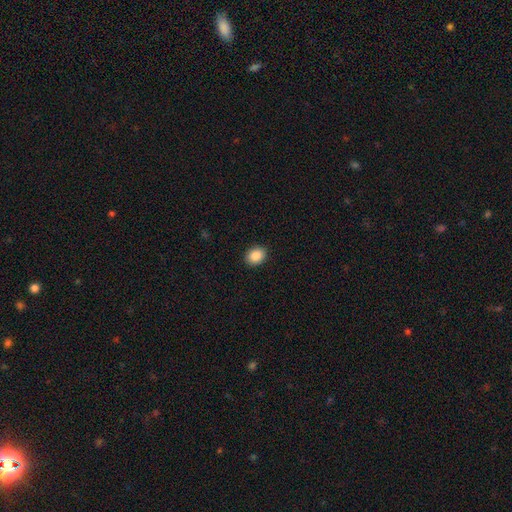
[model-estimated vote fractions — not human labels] Morphology: type=smooth (88%); roundness=in between (58%); merging=none (90%).